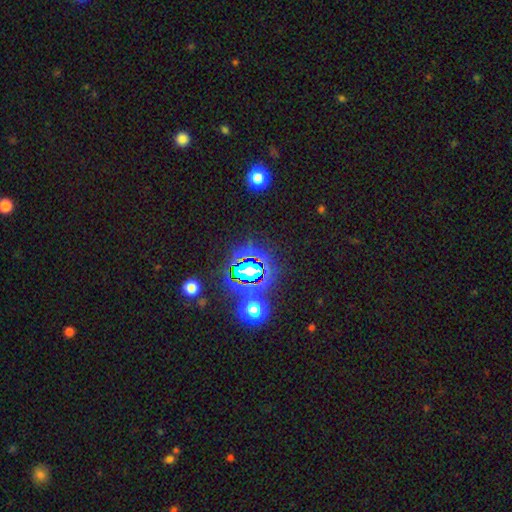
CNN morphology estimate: Smooth or featured?
  - star or artifact: 80% *
  - smooth: 13%
  - featured or disk: 7%